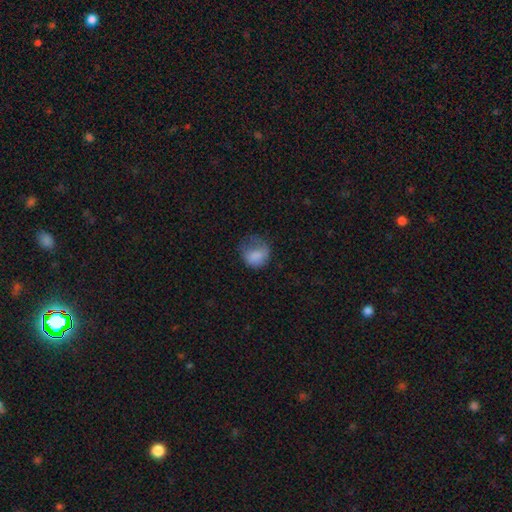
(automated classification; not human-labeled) This is likely a smooth galaxy (77%). How rounded: likely round (65%). Merging: marginally none (36%).